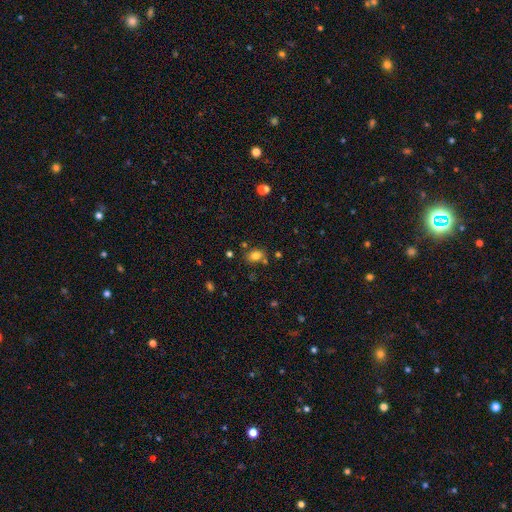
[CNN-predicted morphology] A smooth galaxy with no disk features (79%) that is in between round and cigar-shaped (68%).

Vote fractions:
- Smooth or featured? smooth: 79% / star or artifact: 13% / featured or disk: 8%
- How rounded? in between: 68% / round: 31% / cigar-shaped: 1%
- Merging? none: 73% / minor disturbance: 14% / merger: 9% / major disturbance: 4%